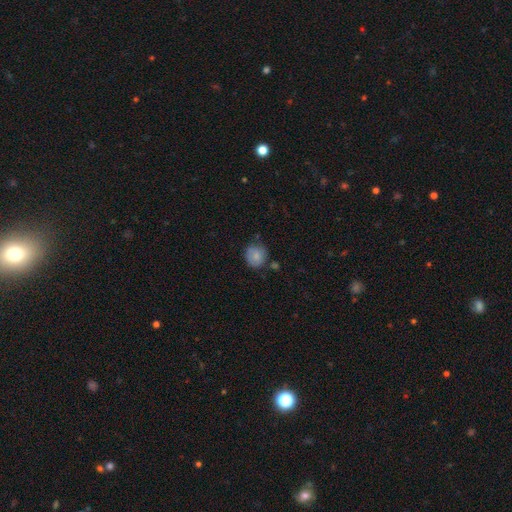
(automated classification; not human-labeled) A smooth galaxy with no disk features (78%) that is round (79%). Merging: none (69%).